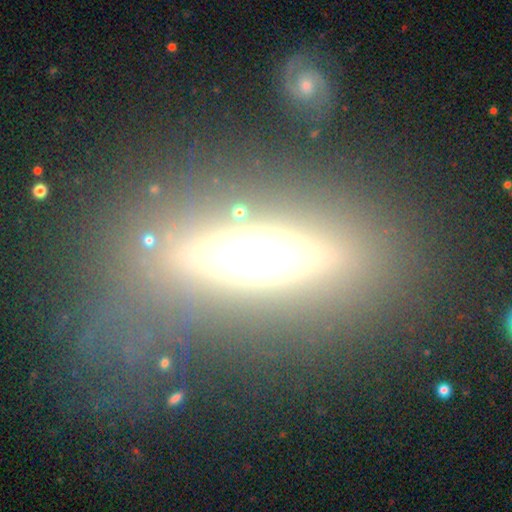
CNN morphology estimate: The model was most divided on "smooth or featured": featured or disk: 53%, smooth: 31%, star or artifact: 16%. More confident: merging — none (80%); edge-on disk — yes (78%).